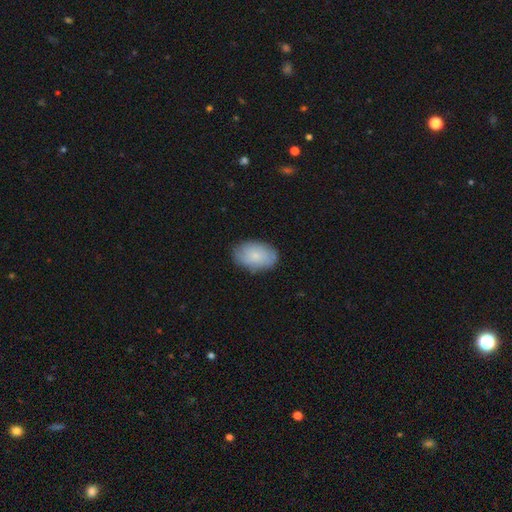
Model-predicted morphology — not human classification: smooth-or-featured: smooth: 75% | featured or disk: 18% | star or artifact: 7%
  how-rounded: in between: 89% | round: 9% | cigar-shaped: 1%
  merging: none: 81% | minor disturbance: 15% | major disturbance: 3% | merger: 1%